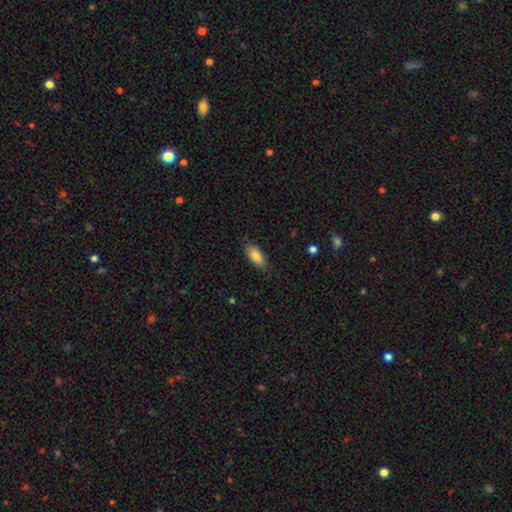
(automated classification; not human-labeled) Q: Smooth or featured?
A: smooth (83%); runner-up: featured or disk (11%)
Q: How rounded?
A: in between (88%); runner-up: cigar-shaped (9%)
Q: Merging?
A: none (81%); runner-up: minor disturbance (15%)